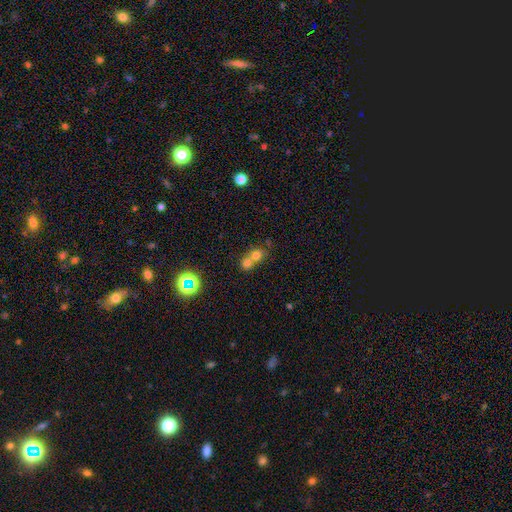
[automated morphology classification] This is likely a smooth galaxy (71%). How rounded: likely round (79%). Merging: likely merger (63%).